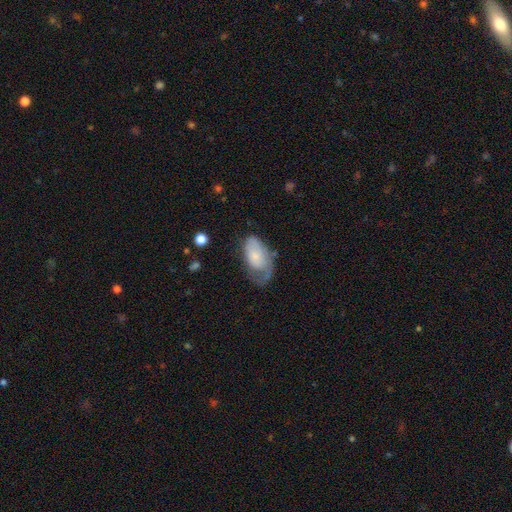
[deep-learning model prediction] Overall: smooth (62%; featured or disk 32%). How rounded: in between (93%). Merging: none (34%; minor disturbance 33%).